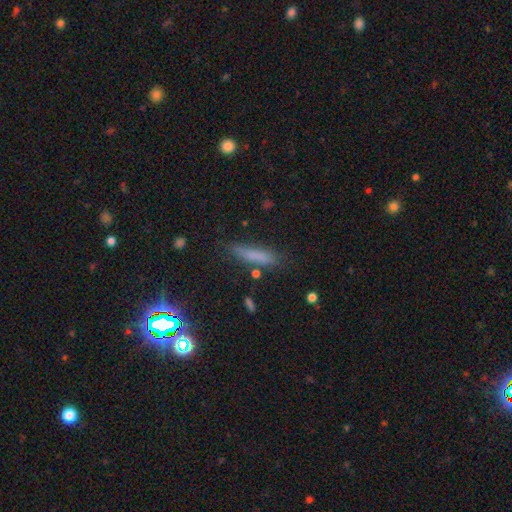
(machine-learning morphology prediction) Smooth or featured: smooth — 73% (featured or disk — 14%)
How rounded: cigar-shaped — 81% (in between — 16%)
Merging: none — 77% (minor disturbance — 16%)